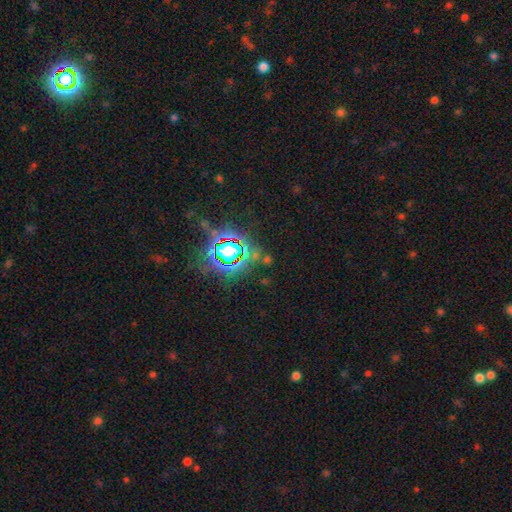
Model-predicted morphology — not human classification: A star or artifact, not a galaxy (71%).